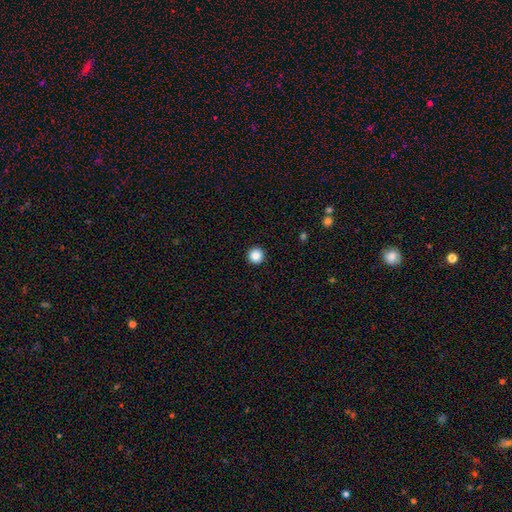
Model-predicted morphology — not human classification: This is clearly a smooth galaxy (87%). How rounded: clearly round (97%). Merging: clearly none (94%).